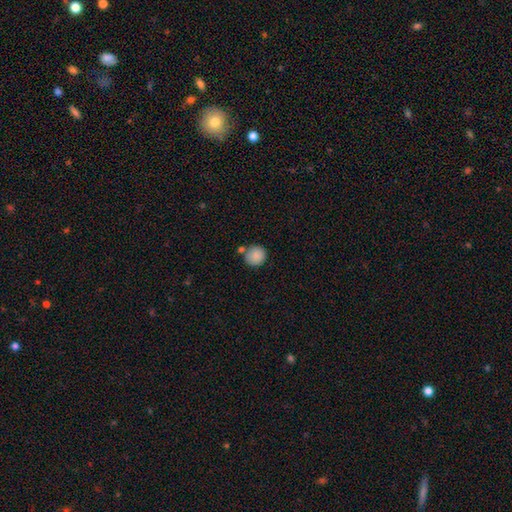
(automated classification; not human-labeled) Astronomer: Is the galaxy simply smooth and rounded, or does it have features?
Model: smooth — 88%.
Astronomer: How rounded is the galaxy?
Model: round — 91%.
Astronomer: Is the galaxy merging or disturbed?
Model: none — 70%.